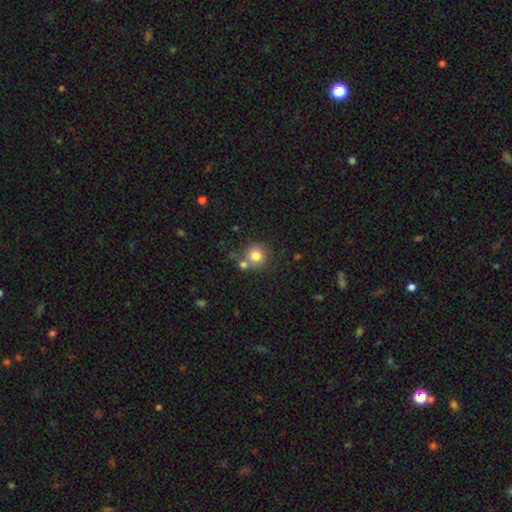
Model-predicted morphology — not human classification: Smooth or featured?
  - smooth: 79% *
  - star or artifact: 11%
  - featured or disk: 11%
How rounded?
  - round: 90% *
  - in between: 9%
  - cigar-shaped: 1%
Merging?
  - none: 63% *
  - merger: 24%
  - minor disturbance: 10%
  - major disturbance: 4%